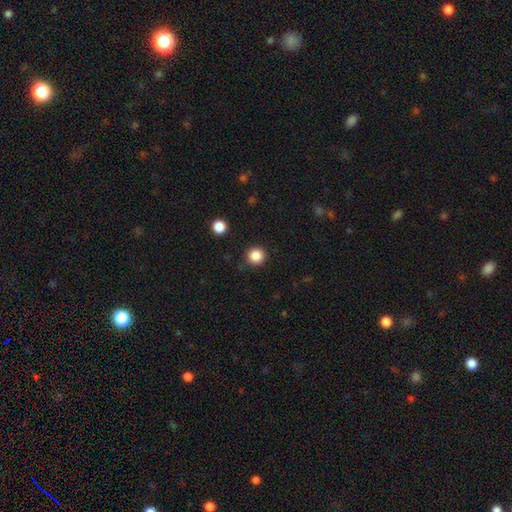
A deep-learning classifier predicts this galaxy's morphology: This appears to be a smooth galaxy with no disk features (85%) that is round (94%). Merging: none (88%).